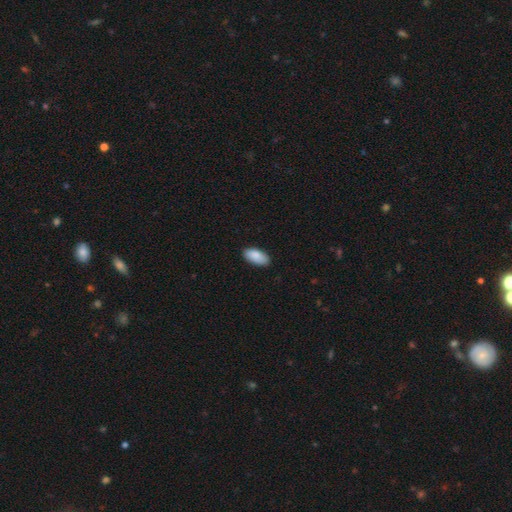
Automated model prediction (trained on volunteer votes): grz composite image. It shows a smooth galaxy with no disk features (89%) that is in between round and cigar-shaped (93%). Merging: none (88%).